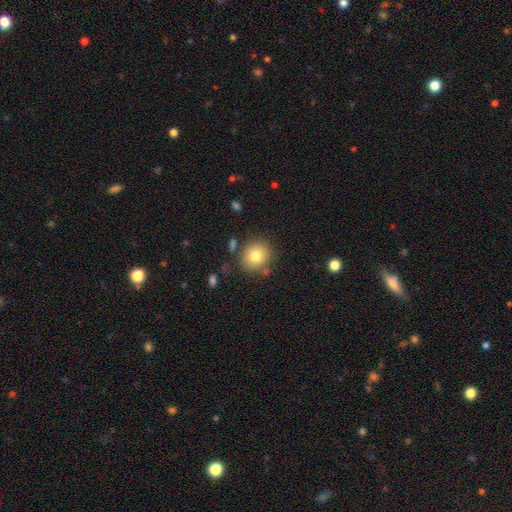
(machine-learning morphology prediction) type=smooth (78%); roundness=round (85%); merging=none (82%).